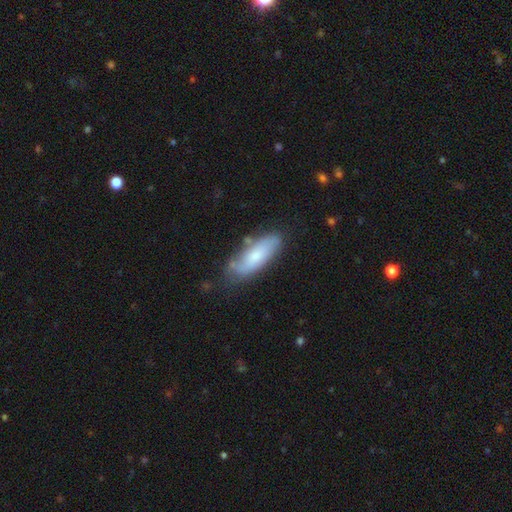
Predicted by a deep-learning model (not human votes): Smooth or featured: smooth — 64% (featured or disk — 30%)
How rounded: in between — 64% (cigar-shaped — 34%)
Merging: none — 66% (minor disturbance — 23%)